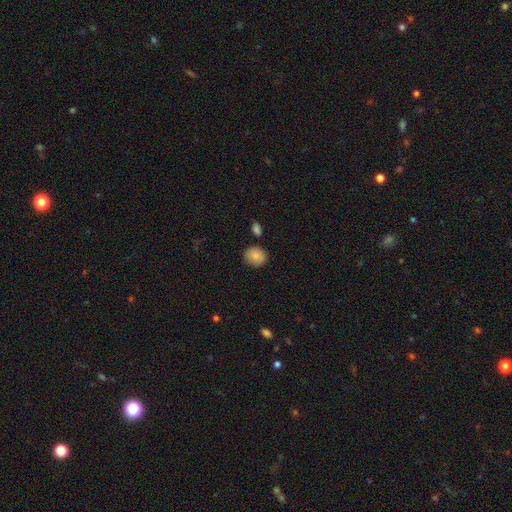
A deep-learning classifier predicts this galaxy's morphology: This appears to be a smooth galaxy with no disk features (86%) that is round (75%). Merging: none (81%).